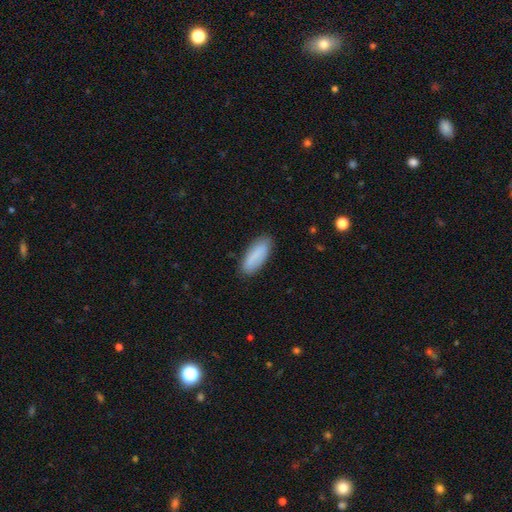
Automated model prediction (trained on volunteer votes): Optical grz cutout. It shows a smooth galaxy with no disk features (80%) that is in between round and cigar-shaped (69%). Merging: none (84%).